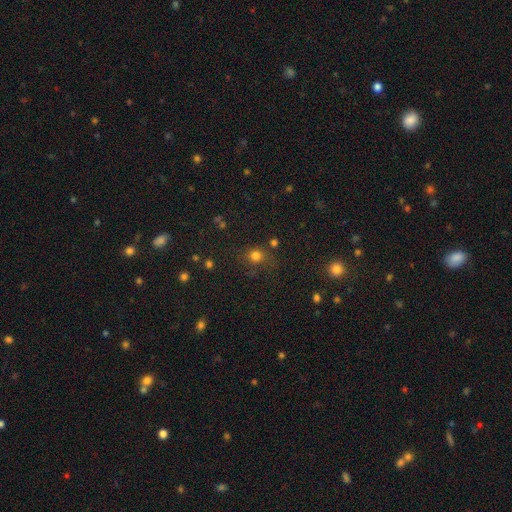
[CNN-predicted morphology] Q: Smooth or featured?
A: smooth (75%); runner-up: star or artifact (18%)
Q: How rounded?
A: round (82%); runner-up: in between (17%)
Q: Merging?
A: none (74%); runner-up: minor disturbance (14%)